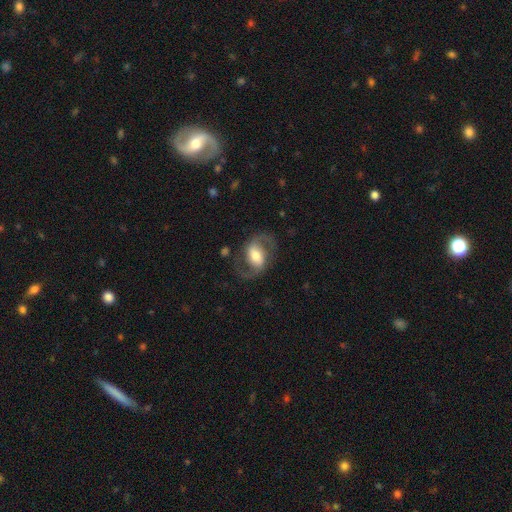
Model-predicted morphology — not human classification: Smooth or featured? featured or disk (82%)
Edge-on disk? no (97%)
Bar? weak (42%)
Spiral arms? yes (94%)
Spiral winding? medium (52%)
Spiral arm count? 2 (92%)
Bulge size? moderate (56%)
Merging? none (76%)